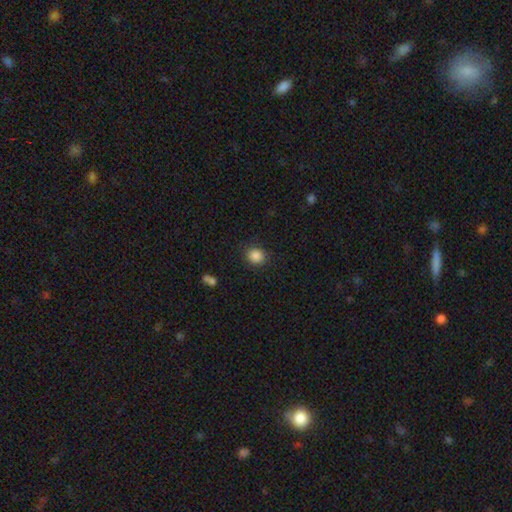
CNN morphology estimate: This appears to be a smooth galaxy with no disk features (86%) that is round (79%). Merging: none (87%).